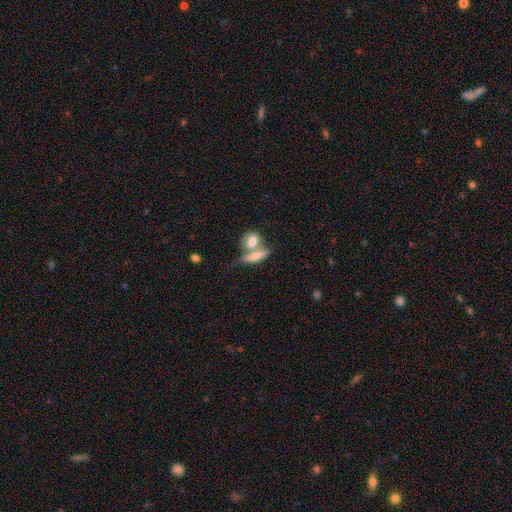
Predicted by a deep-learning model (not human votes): Smooth or featured: smooth — 70% (featured or disk — 23%)
How rounded: in between — 58% (cigar-shaped — 30%)
Merging: merger — 53% (none — 33%)